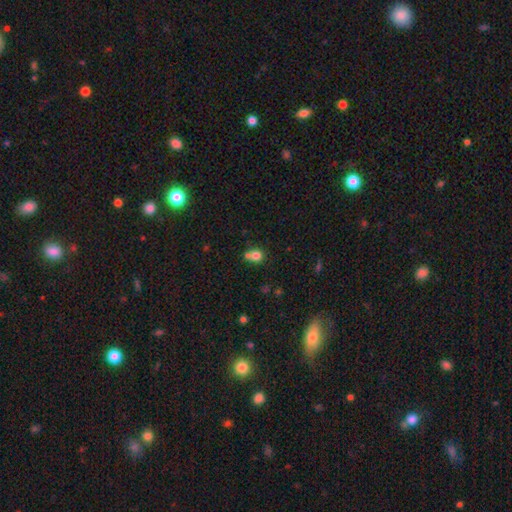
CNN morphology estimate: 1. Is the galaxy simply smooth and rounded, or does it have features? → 78% smooth, 12% star or artifact, 10% featured or disk.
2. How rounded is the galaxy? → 79% round, 20% in between, 1% cigar-shaped.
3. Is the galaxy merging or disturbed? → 45% none, 41% merger, 10% minor disturbance, 4% major disturbance.